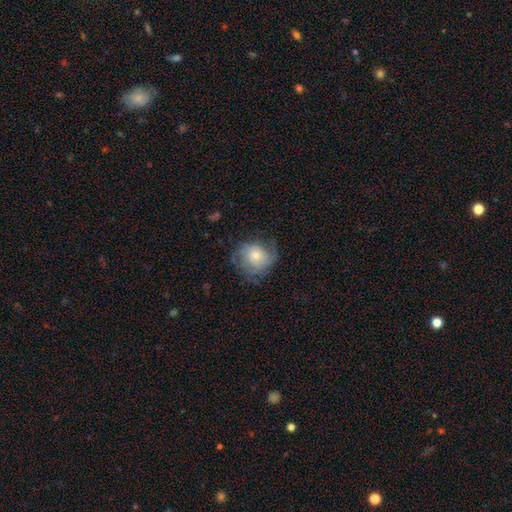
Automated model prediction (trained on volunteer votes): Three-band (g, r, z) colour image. It shows a featured or disk galaxy (49%). Merging: none (58%).